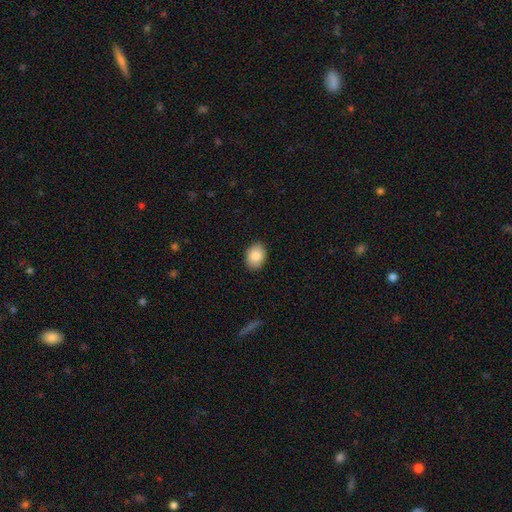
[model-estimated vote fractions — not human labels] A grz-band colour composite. It shows a smooth galaxy with no disk features (88%) that is in between round and cigar-shaped (72%). Merging: none (89%).